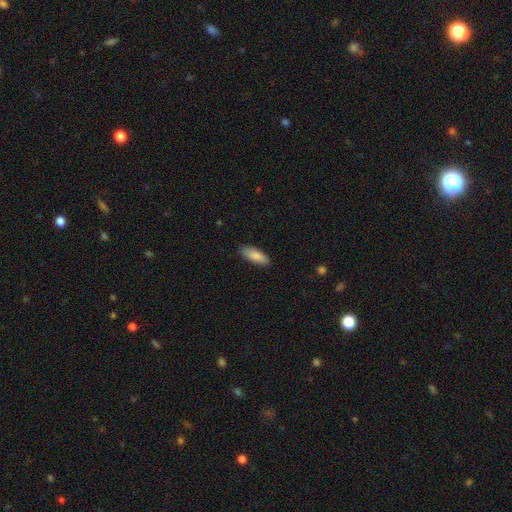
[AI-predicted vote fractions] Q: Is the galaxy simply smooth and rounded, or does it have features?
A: smooth — 88%.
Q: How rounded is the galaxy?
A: in between — 69%.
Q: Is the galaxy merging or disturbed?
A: none — 87%.